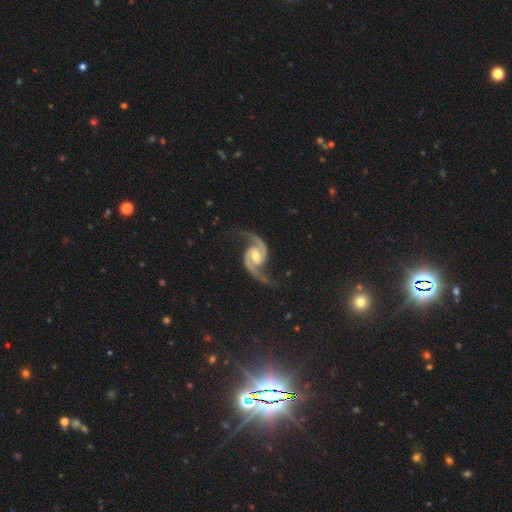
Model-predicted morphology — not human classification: smooth-or-featured: featured or disk: 94% | star or artifact: 3% | smooth: 2%
  disk-edge-on: no: 98% | yes: 2%
    bar: no: 44% | weak: 41% | strong: 14%
    has-spiral-arms: yes: 99% | no: 1%
      spiral-winding: medium: 52% | loose: 36% | tight: 12%
      spiral-arm-count: 2: 95% | can't tell: 1% | 1: 1% | 3: 1% | 4: 1% | more than 4: 1%
    bulge-size: moderate: 69% | small: 20% | large: 8% | none: 2% | dominant: 1%
  merging: none: 77% | minor disturbance: 15% | major disturbance: 6% | merger: 2%